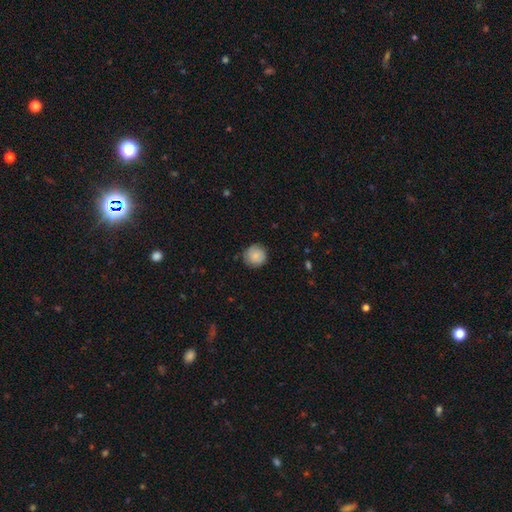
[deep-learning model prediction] smooth_or_featured: smooth (p=0.83) [alt: featured or disk p=0.09]
how_rounded: round (p=0.93) [alt: in between p=0.06]
merging: none (p=0.81) [alt: minor disturbance p=0.15]